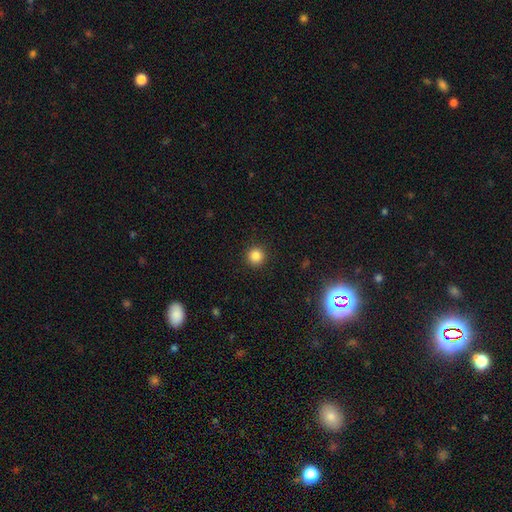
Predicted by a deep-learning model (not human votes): Overall: smooth (85%). How rounded: round (95%). Merging: none (92%).